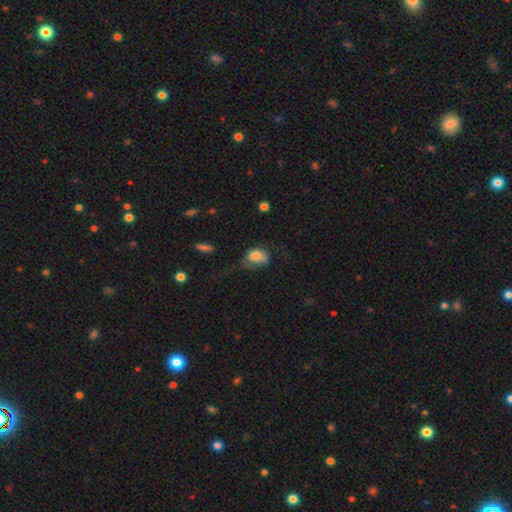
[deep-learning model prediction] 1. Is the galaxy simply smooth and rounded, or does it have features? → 76% smooth, 16% featured or disk, 8% star or artifact.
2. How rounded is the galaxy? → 71% in between, 28% round, 1% cigar-shaped.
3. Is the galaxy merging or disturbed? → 39% major disturbance, 30% minor disturbance, 28% none, 4% merger.